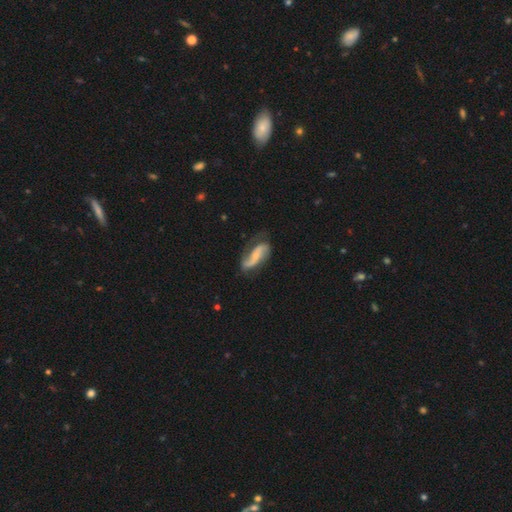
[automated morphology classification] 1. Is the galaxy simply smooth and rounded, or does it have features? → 76% featured or disk, 19% smooth, 6% star or artifact.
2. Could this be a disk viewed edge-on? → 93% no, 7% yes.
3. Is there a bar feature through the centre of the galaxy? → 45% no, 31% weak, 24% strong.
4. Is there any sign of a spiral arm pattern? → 93% yes, 7% no.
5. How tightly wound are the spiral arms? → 58% loose, 30% medium, 12% tight.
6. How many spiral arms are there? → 86% 2, 6% 1, 5% can't tell, 1% 3, 1% 4, 1% more than 4.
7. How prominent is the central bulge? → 60% small, 31% moderate, 6% none, 2% large, 1% dominant.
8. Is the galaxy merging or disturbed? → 59% none, 25% minor disturbance, 14% major disturbance, 2% merger.